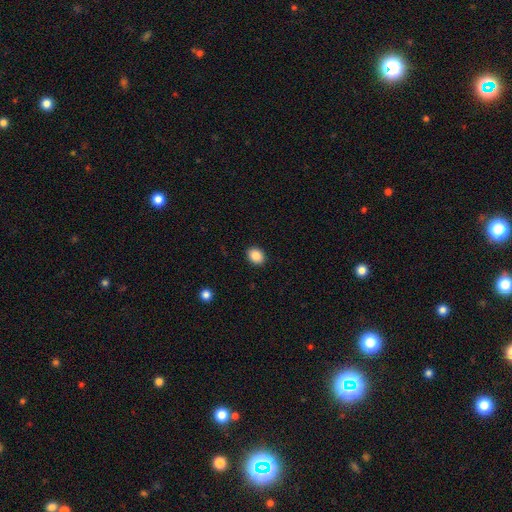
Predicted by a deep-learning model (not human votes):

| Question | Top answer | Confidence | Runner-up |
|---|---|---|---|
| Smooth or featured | smooth | 88% | star or artifact (8%) |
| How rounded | in between | 55% | round (44%) |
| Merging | none | 91% | minor disturbance (6%) |